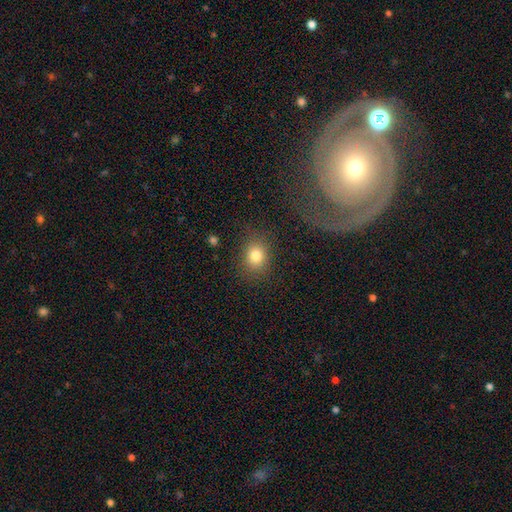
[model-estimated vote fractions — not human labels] This is clearly a smooth galaxy (81%). How rounded: possibly round (54%). Merging: clearly none (81%).